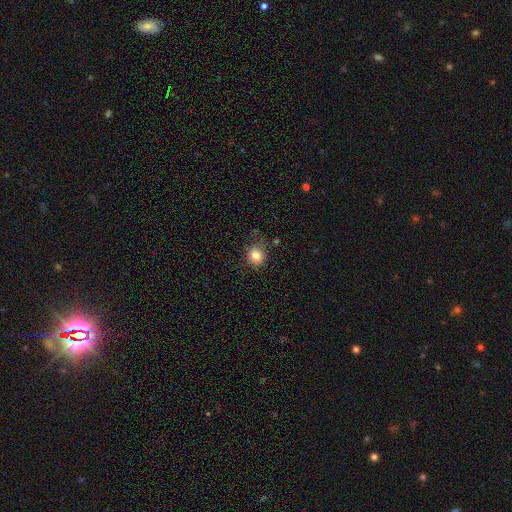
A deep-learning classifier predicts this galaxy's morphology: smooth_or_featured: smooth (p=0.83) [alt: star or artifact p=0.11]
how_rounded: round (p=0.75) [alt: in between p=0.25]
merging: none (p=0.71) [alt: minor disturbance p=0.20]